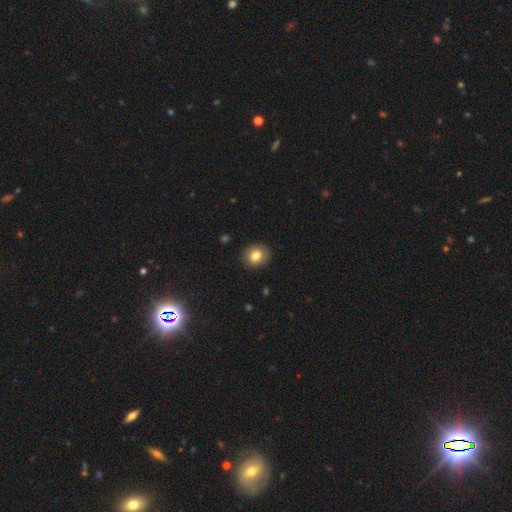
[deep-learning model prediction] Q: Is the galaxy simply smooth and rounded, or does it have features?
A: smooth — 81%.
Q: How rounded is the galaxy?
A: round — 68%.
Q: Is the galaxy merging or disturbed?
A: none — 89%.